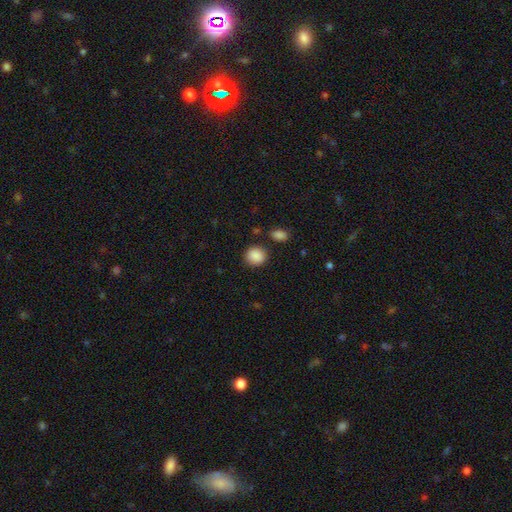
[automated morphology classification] This is clearly a smooth galaxy (89%). How rounded: clearly round (84%). Merging: clearly none (85%).